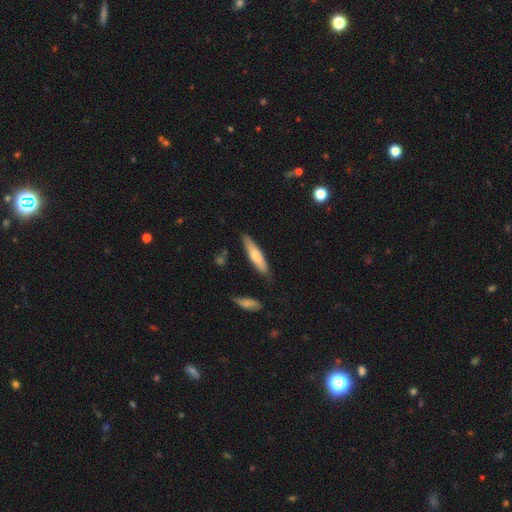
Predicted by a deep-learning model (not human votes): This is likely a smooth galaxy (63%). How rounded: likely cigar-shaped (76%). Merging: likely none (79%).